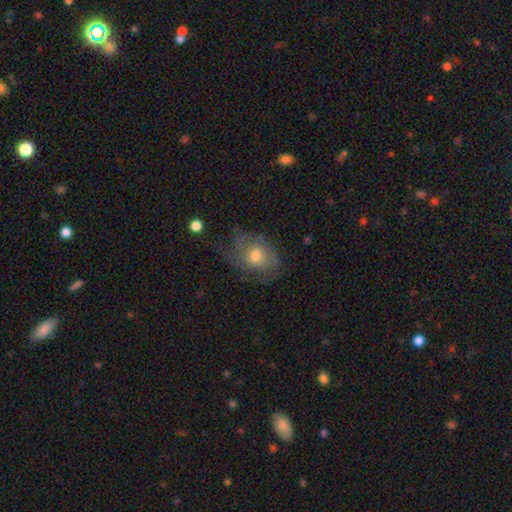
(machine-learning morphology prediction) Smooth or featured? Predicted: smooth (p=0.51). How rounded? Predicted: in between (p=0.62). Merging? Predicted: none (p=0.50).